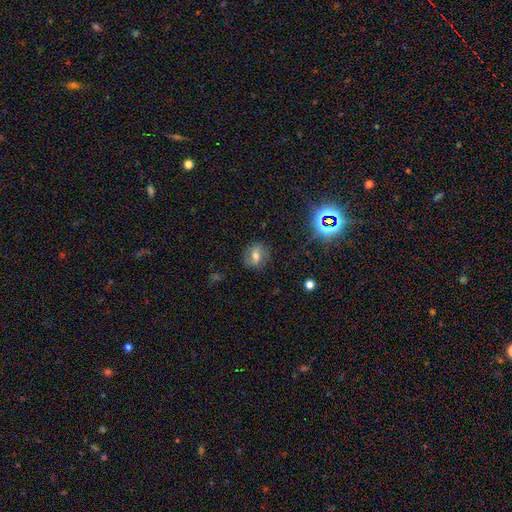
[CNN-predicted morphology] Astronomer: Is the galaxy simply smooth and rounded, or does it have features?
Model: smooth — 50% (runner-up: featured or disk, 35%).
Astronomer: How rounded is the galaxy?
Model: round — 65%.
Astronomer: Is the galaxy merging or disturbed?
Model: none — 83%.